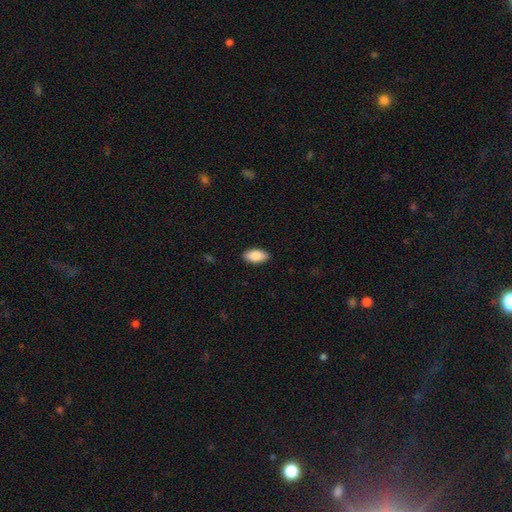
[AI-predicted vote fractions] Smooth or featured? Predicted: smooth (p=0.89). How rounded? Predicted: in between (p=0.93). Merging? Predicted: none (p=0.89).